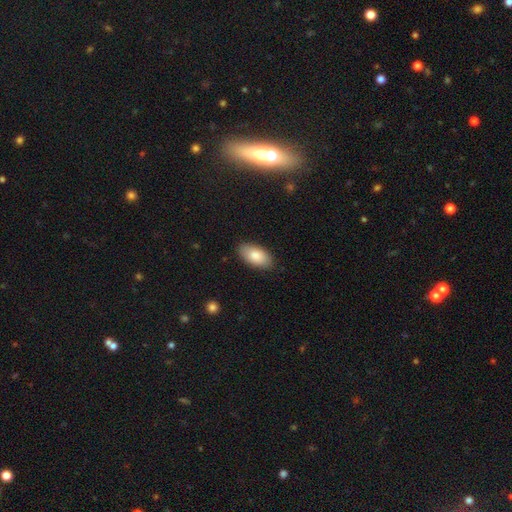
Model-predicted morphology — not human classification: Smooth or featured? smooth (84%)
How rounded? in between (94%)
Merging? none (86%)